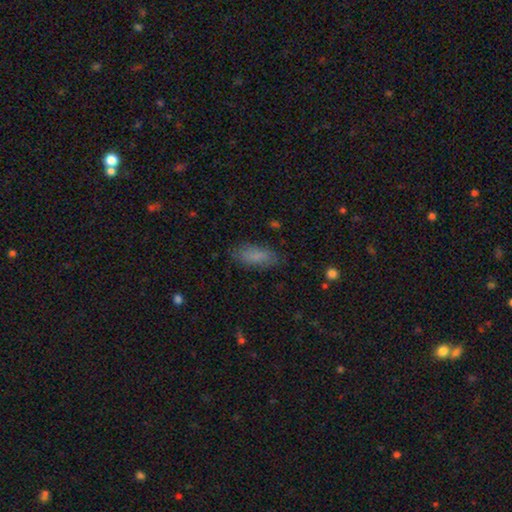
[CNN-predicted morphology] This appears to be a smooth galaxy with no disk features (83%) that is in between round and cigar-shaped (80%). Merging: none (82%).